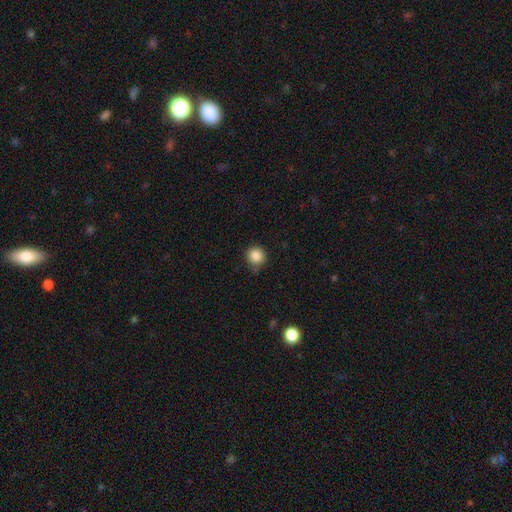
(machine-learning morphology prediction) Q: Smooth or featured?
A: smooth (86%); runner-up: star or artifact (10%)
Q: How rounded?
A: round (94%); runner-up: in between (5%)
Q: Merging?
A: none (78%); runner-up: minor disturbance (17%)